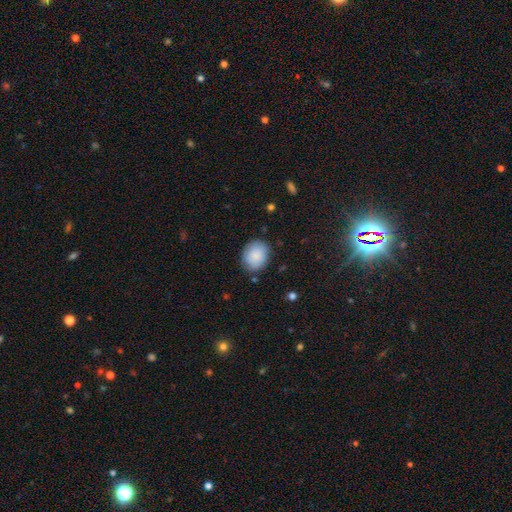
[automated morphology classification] type=smooth (86%); roundness=round (51%); merging=none (82%).